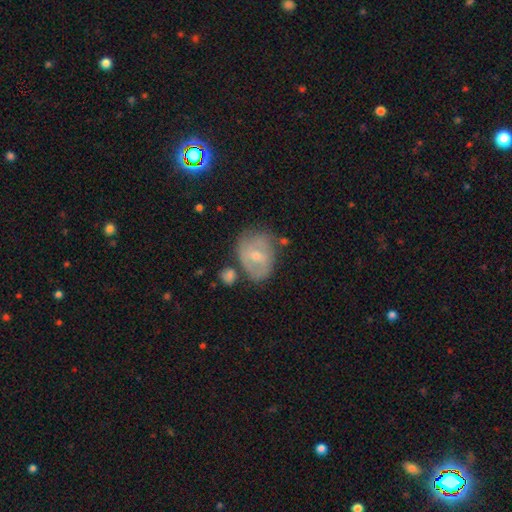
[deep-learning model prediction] Smooth or featured? featured or disk (56%)
Edge-on disk? no (95%)
Bar? weak (45%)
Spiral arms? yes (59%)
Bulge size? small (57%)
Merging? none (50%)